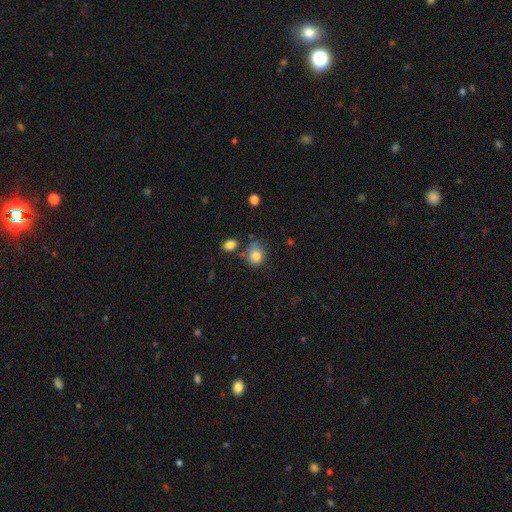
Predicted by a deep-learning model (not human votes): Smooth or featured: smooth — 81% (star or artifact — 10%)
How rounded: round — 59% (in between — 40%)
Merging: none — 59% (minor disturbance — 24%)